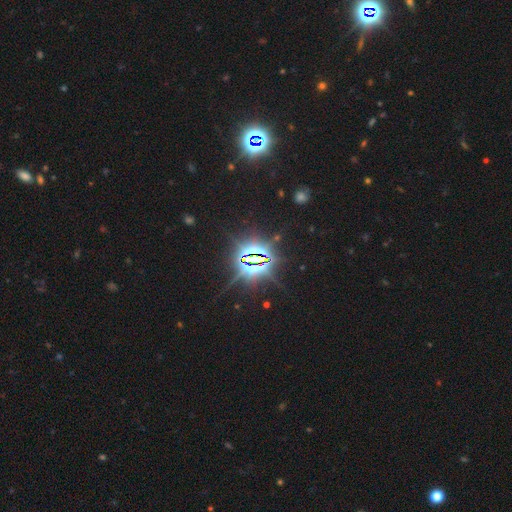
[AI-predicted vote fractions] smooth-or-featured: star or artifact: 85% | smooth: 8% | featured or disk: 7%